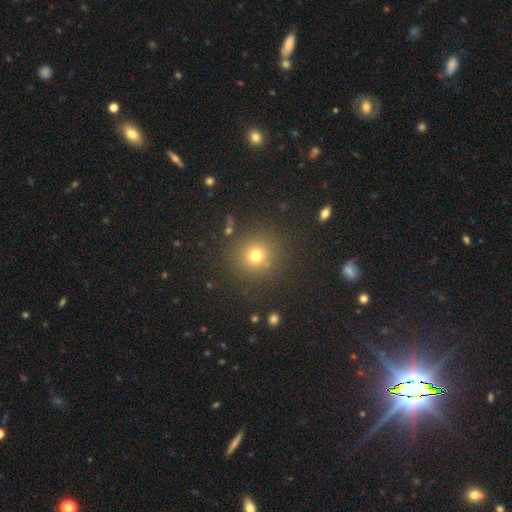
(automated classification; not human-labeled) Smooth or featured?
  - smooth: 73% *
  - star or artifact: 19%
  - featured or disk: 8%
How rounded?
  - round: 92% *
  - in between: 7%
  - cigar-shaped: 1%
Merging?
  - none: 87% *
  - minor disturbance: 7%
  - major disturbance: 3%
  - merger: 2%